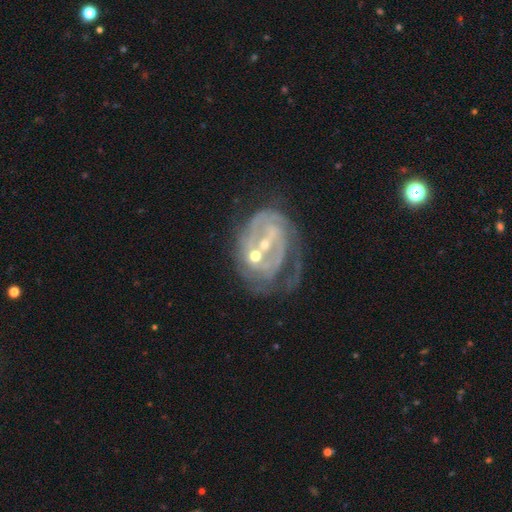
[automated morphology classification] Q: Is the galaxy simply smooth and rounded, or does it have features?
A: featured or disk — 81%.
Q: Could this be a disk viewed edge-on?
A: no — 97%.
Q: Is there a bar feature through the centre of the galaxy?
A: weak — 36%.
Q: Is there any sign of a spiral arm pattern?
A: yes — 83%.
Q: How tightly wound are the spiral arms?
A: tight — 52%.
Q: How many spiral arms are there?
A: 2 — 36%.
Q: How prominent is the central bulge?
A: small — 52%.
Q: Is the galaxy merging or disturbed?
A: merger — 31%.